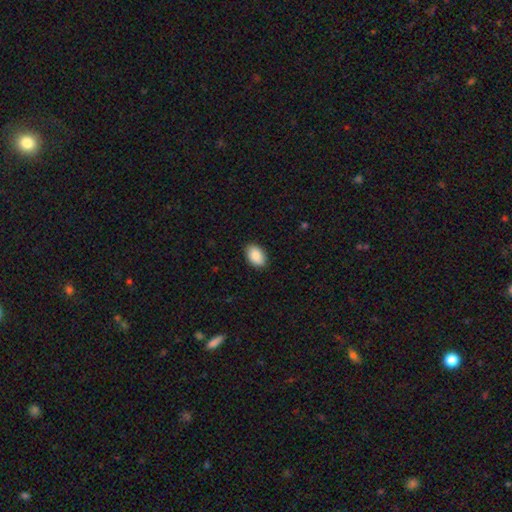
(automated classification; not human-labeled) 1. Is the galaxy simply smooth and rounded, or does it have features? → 89% smooth, 6% star or artifact, 4% featured or disk.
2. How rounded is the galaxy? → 90% in between, 9% round, 1% cigar-shaped.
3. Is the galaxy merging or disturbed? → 89% none, 8% minor disturbance, 2% major disturbance, 1% merger.